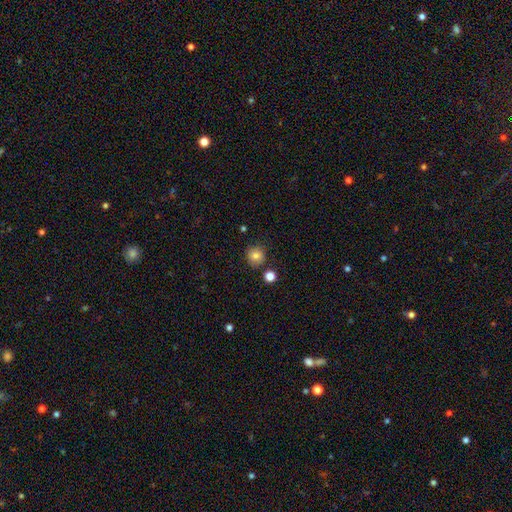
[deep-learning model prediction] Overall: smooth (81%). How rounded: round (92%). Merging: none (84%).